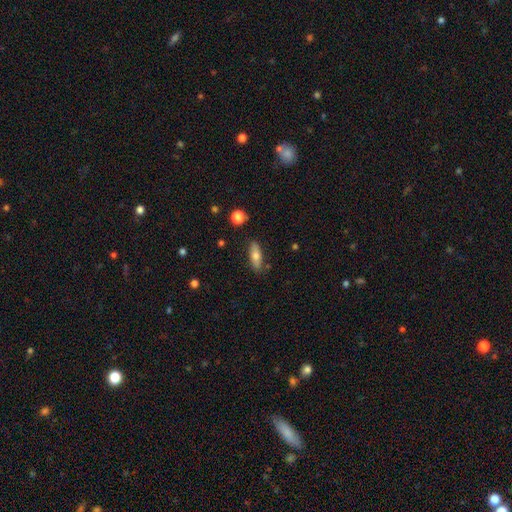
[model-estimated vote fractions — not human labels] This appears to be a smooth galaxy with no disk features (65%) that is in between round and cigar-shaped (50%). Merging: none (84%).